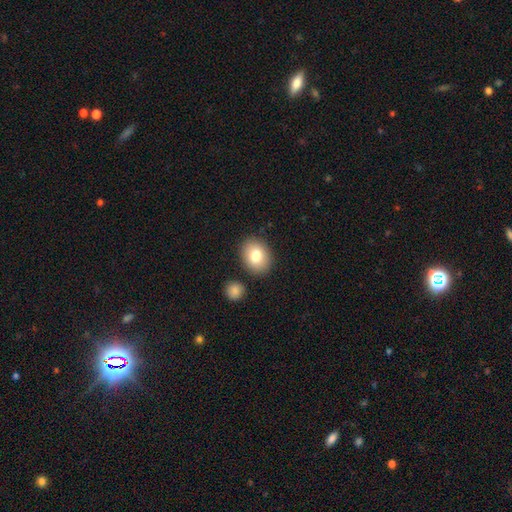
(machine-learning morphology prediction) type=smooth (80%); roundness=in between (53%); merging=none (84%).